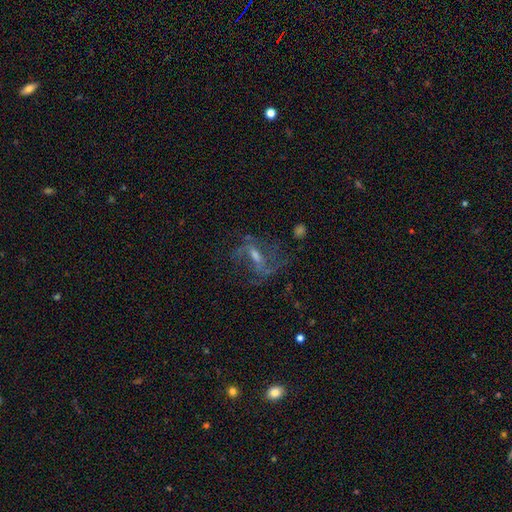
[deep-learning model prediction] Smooth or featured? Predicted: featured or disk (p=0.72). Edge-on disk? Predicted: no (p=0.92). Bar? Predicted: weak (p=0.47). Spiral arms? Predicted: yes (p=0.80). Spiral winding? Predicted: loose (p=0.49). Spiral arm count? Predicted: 2 (p=0.55). Bulge size? Predicted: moderate (p=0.46). Merging? Predicted: none (p=0.57).